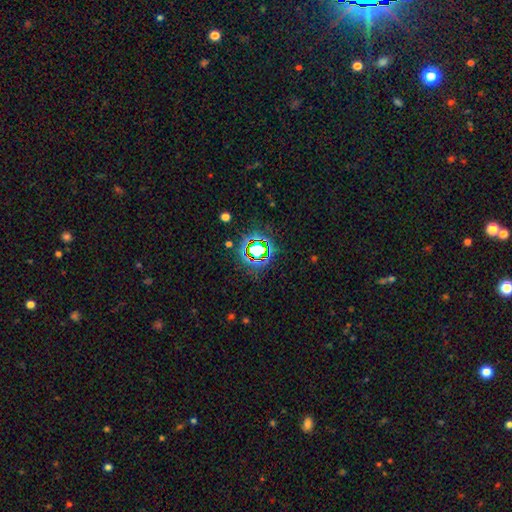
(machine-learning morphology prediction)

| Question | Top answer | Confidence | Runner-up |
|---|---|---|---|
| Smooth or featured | star or artifact | 75% | smooth (15%) |